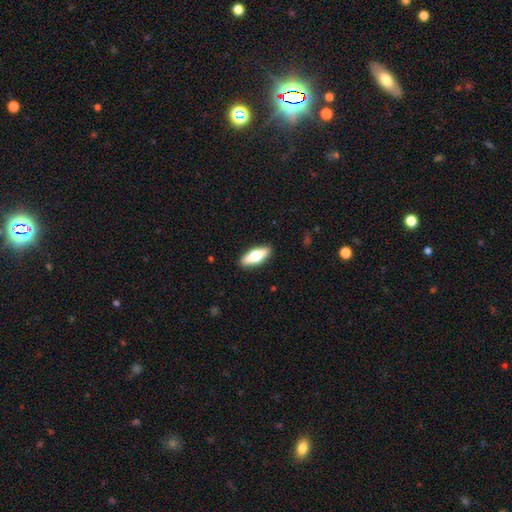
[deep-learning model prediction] Overall: smooth (58%; featured or disk 36%). How rounded: in between (64%; cigar-shaped 33%). Merging: none (89%).